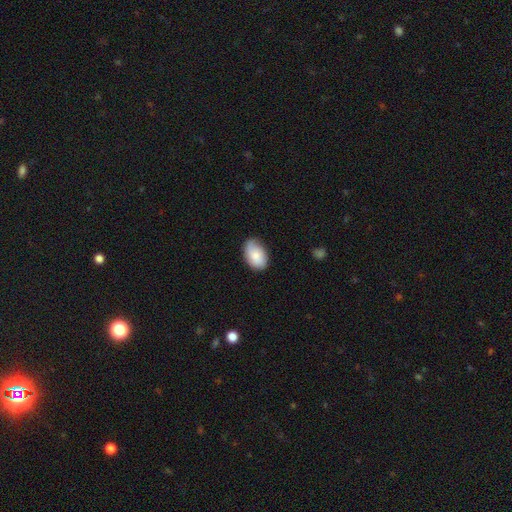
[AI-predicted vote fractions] Q: Smooth or featured?
A: smooth (80%); runner-up: featured or disk (14%)
Q: How rounded?
A: in between (91%); runner-up: round (8%)
Q: Merging?
A: none (70%); runner-up: minor disturbance (24%)